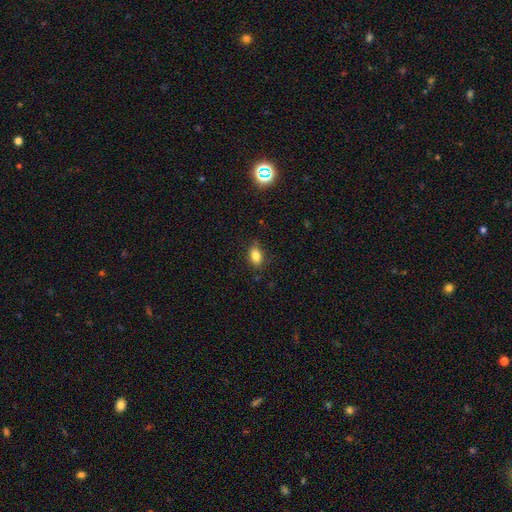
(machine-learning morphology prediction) smooth 83%, star or artifact 10%, featured or disk 7%. Down the decision tree: how rounded — in between (83%); merging — none (81%).